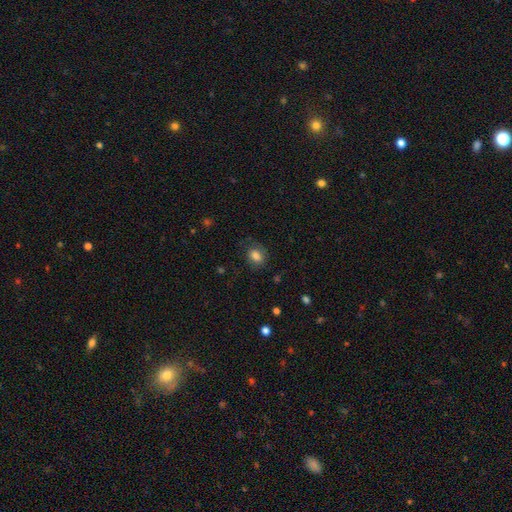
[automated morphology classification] smooth 81%, star or artifact 10%, featured or disk 9%. Down the decision tree: how rounded — in between (60%); merging — none (70%).